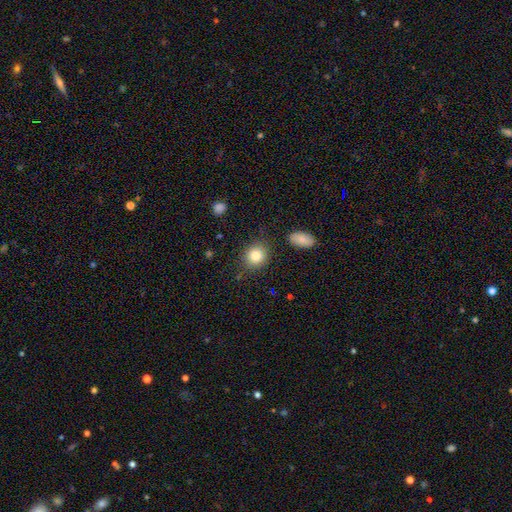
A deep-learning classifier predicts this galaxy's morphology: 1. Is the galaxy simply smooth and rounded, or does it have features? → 84% smooth, 9% star or artifact, 7% featured or disk.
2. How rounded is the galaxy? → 75% round, 24% in between, 1% cigar-shaped.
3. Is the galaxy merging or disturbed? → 84% none, 10% minor disturbance, 3% merger, 3% major disturbance.